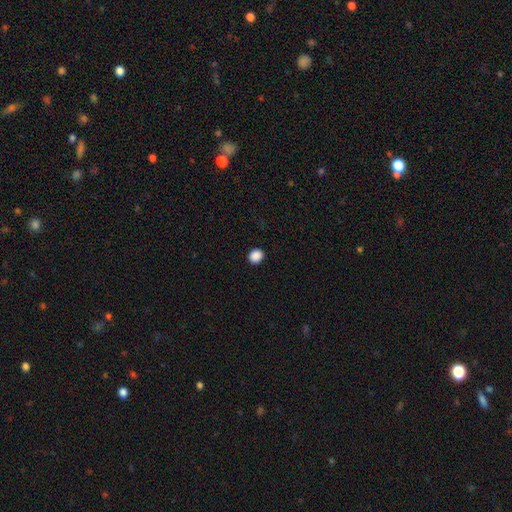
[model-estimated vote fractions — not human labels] This is clearly a smooth galaxy (89%). How rounded: likely round (69%). Merging: clearly none (92%).